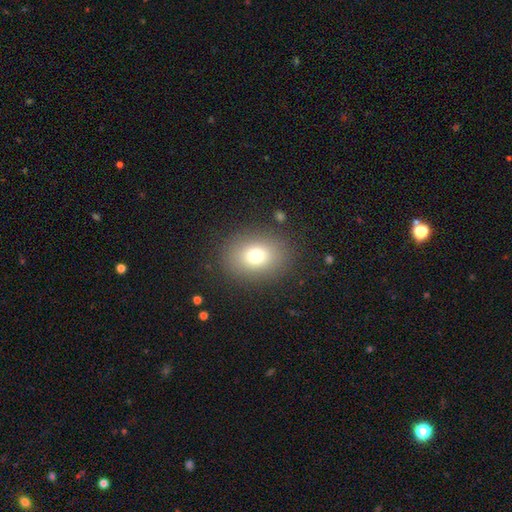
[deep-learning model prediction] smooth 76%, star or artifact 12%, featured or disk 11%. Down the decision tree: how rounded — in between (50%); merging — none (86%).